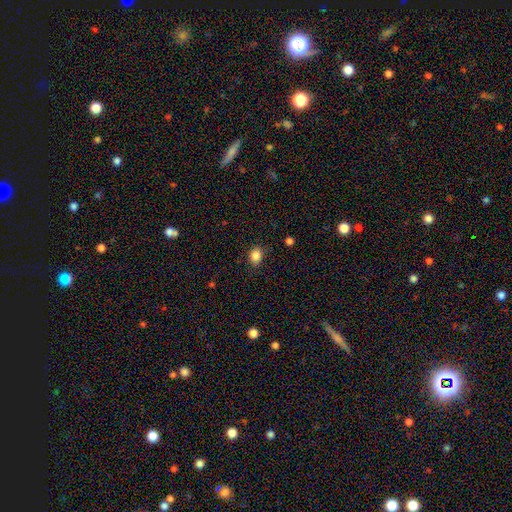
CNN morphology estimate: Smooth or featured? Predicted: smooth (p=0.86). How rounded? Predicted: in between (p=0.56). Merging? Predicted: none (p=0.85).